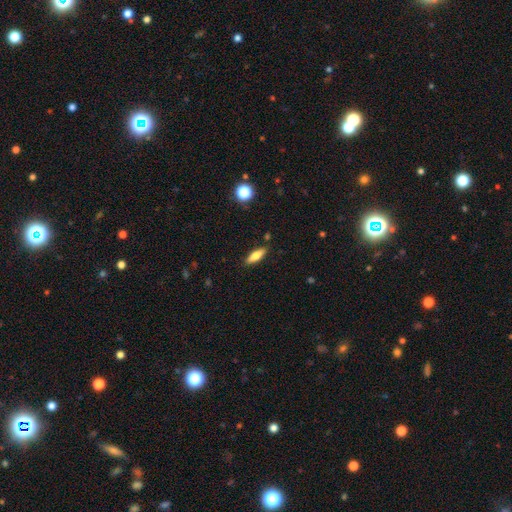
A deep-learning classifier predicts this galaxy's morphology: type=smooth (71%); roundness=in between (53%); merging=none (87%).